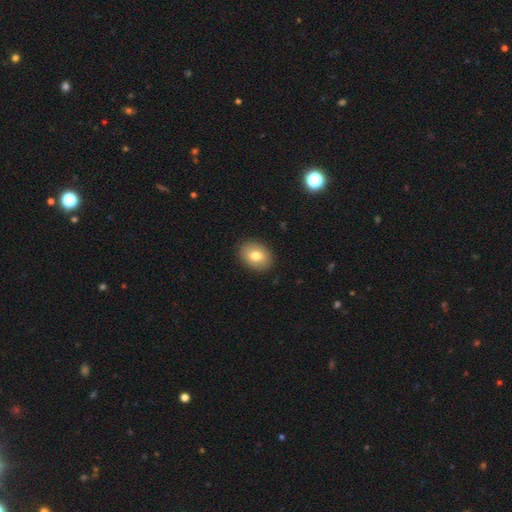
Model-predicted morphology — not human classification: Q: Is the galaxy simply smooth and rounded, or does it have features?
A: smooth — 77%.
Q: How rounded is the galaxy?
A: in between — 65%.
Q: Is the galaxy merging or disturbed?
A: none — 89%.